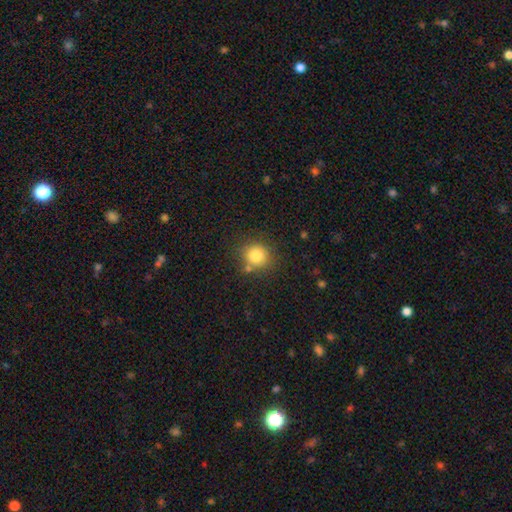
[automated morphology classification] Smooth or featured? smooth (81%)
How rounded? round (87%)
Merging? none (76%)